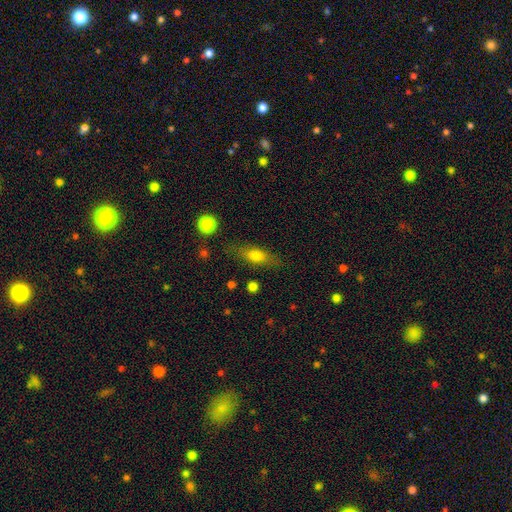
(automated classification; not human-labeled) smooth-or-featured: smooth: 69% | featured or disk: 23% | star or artifact: 8%
  how-rounded: in between: 64% | cigar-shaped: 29% | round: 7%
  merging: none: 74% | minor disturbance: 17% | major disturbance: 6% | merger: 3%